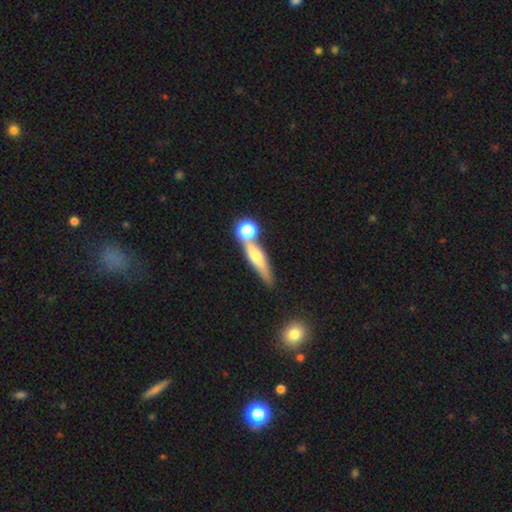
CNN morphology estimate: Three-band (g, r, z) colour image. It shows a smooth galaxy with no disk features (46%). Merging: none (56%).